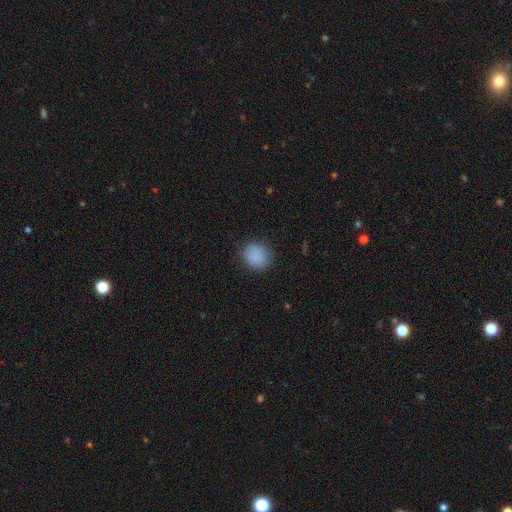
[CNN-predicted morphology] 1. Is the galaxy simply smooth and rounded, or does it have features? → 86% smooth, 9% star or artifact, 4% featured or disk.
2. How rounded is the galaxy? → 74% round, 25% in between, 1% cigar-shaped.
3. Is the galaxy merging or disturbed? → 83% none, 13% minor disturbance, 4% major disturbance, 1% merger.